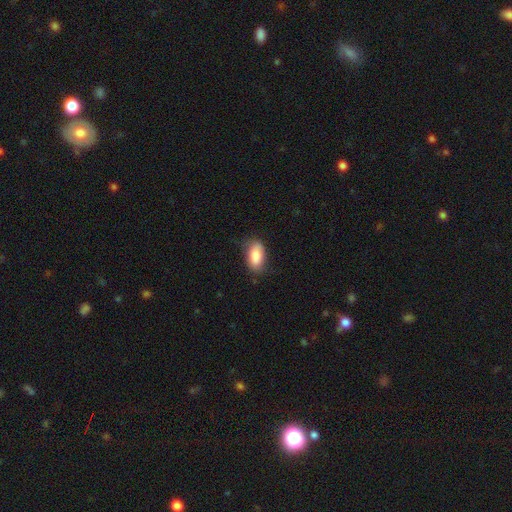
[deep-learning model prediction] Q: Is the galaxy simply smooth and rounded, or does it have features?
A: smooth — 86%.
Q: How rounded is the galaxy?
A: in between — 93%.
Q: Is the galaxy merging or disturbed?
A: none — 72%.